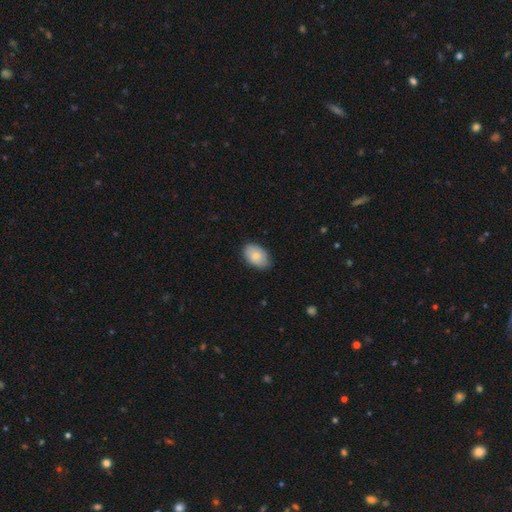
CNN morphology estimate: type=smooth (79%); roundness=in between (89%); merging=none (81%).